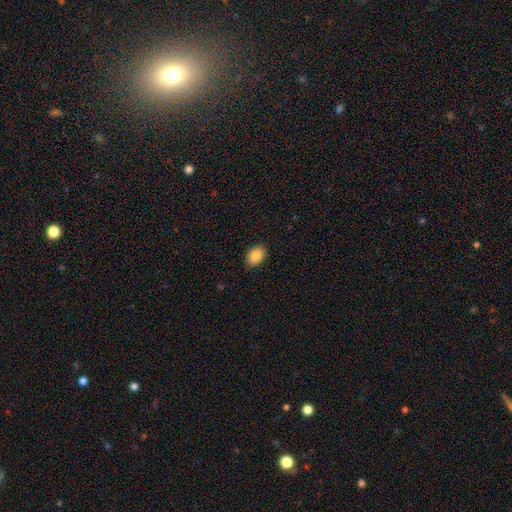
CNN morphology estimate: smooth 89%, star or artifact 7%, featured or disk 4%. Down the decision tree: how rounded — in between (82%); merging — none (88%).